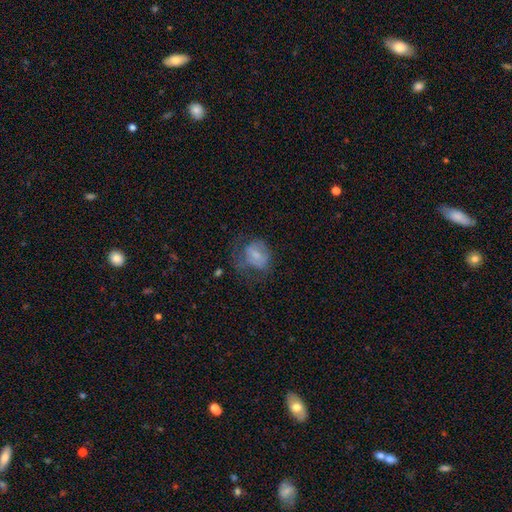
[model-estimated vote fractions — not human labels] Smooth or featured? smooth (55%)
How rounded? round (53%)
Merging? major disturbance (38%)